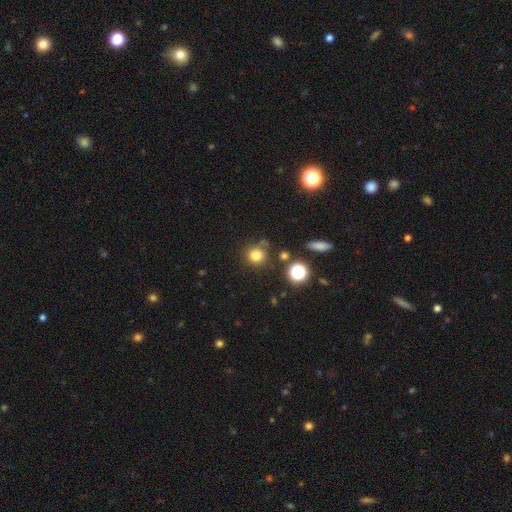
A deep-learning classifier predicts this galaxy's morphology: Smooth or featured? Predicted: smooth (p=0.78). How rounded? Predicted: round (p=0.90). Merging? Predicted: none (p=0.76).